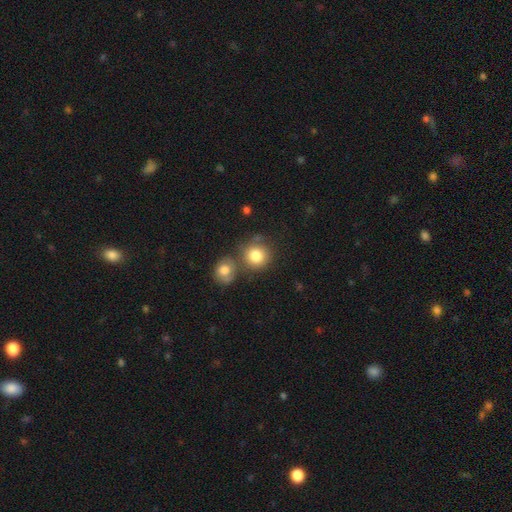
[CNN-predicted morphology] smooth-or-featured: smooth: 82% | star or artifact: 9% | featured or disk: 9%
  how-rounded: round: 89% | in between: 10% | cigar-shaped: 1%
  merging: none: 60% | merger: 25% | minor disturbance: 10% | major disturbance: 4%